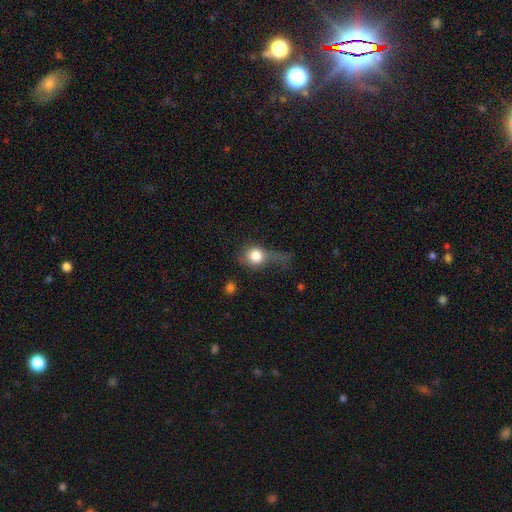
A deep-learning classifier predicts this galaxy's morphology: A smooth galaxy with no disk features (75%) that is round (74%). Merging: major disturbance (41%).